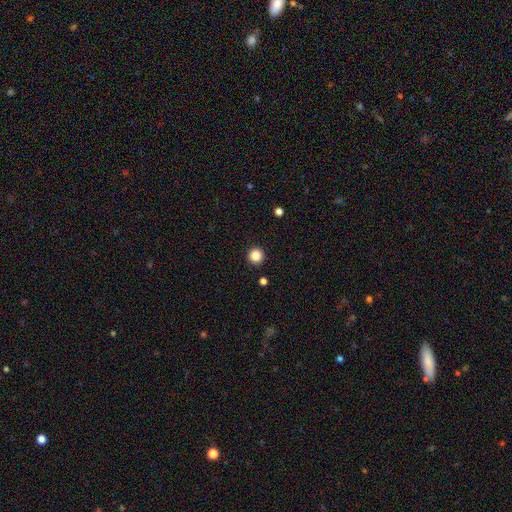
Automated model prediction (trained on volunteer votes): Smooth or featured? smooth (85%)
How rounded? round (96%)
Merging? none (93%)